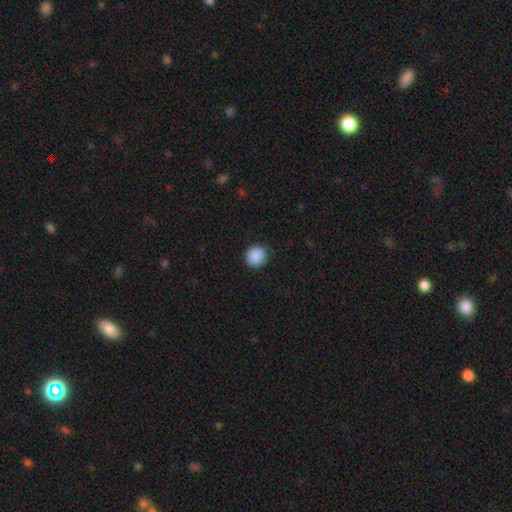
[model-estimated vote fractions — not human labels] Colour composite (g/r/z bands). It shows a smooth galaxy with no disk features (89%) that is round (91%). Merging: none (89%).